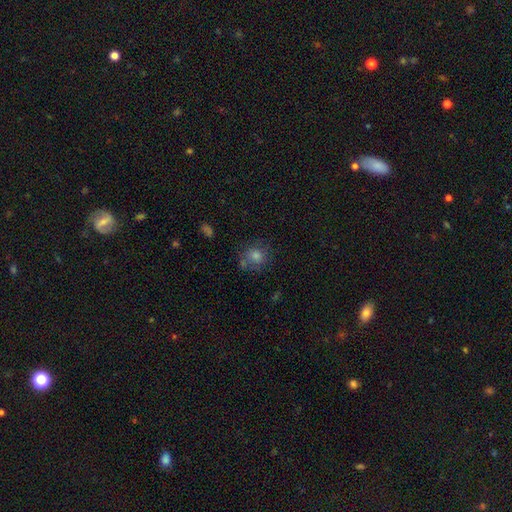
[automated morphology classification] Overall: smooth (65%). How rounded: round (81%). Merging: none (64%).